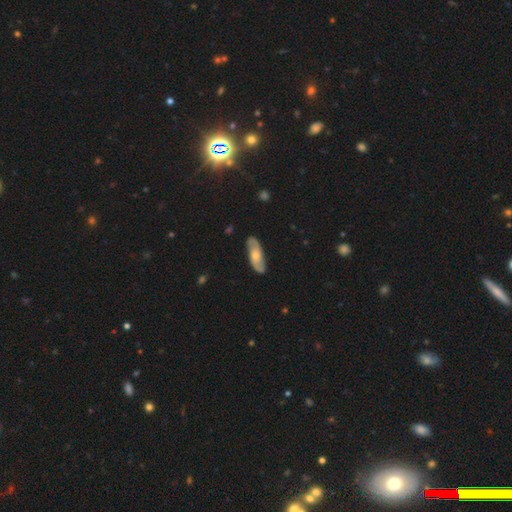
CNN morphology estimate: Q: Smooth or featured?
A: featured or disk (60%); runner-up: smooth (35%)
Q: Edge-on disk?
A: no (83%); runner-up: yes (17%)
Q: Bar?
A: no (70%); runner-up: weak (25%)
Q: Spiral arms?
A: yes (83%); runner-up: no (17%)
Q: Bulge size?
A: moderate (57%); runner-up: small (36%)
Q: Merging?
A: none (83%); runner-up: minor disturbance (13%)